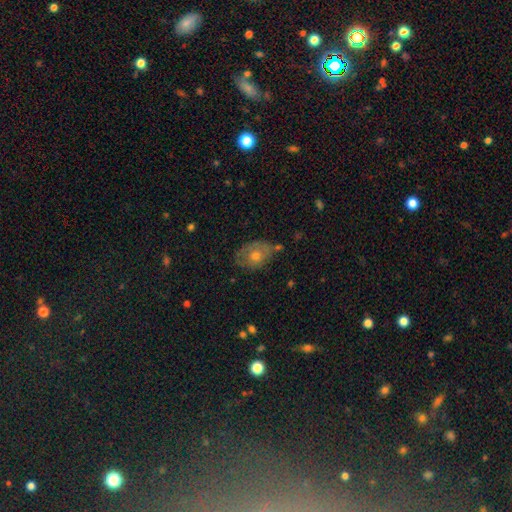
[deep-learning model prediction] The model was most divided on "smooth or featured": smooth: 50%, featured or disk: 40%, star or artifact: 10%. More confident: how rounded — in between (71%); merging — none (61%).